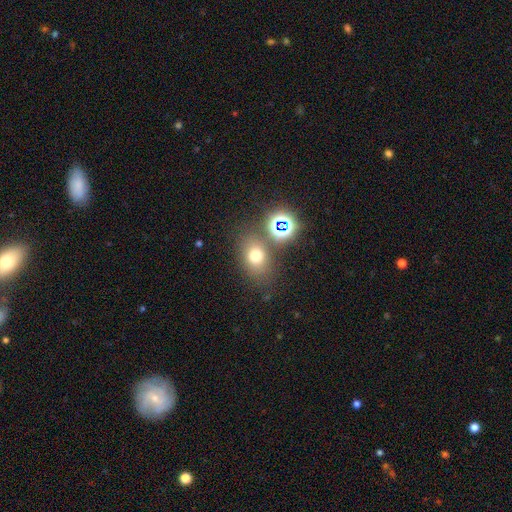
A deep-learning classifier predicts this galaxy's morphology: Smooth or featured: smooth — 68% (star or artifact — 21%)
How rounded: in between — 55% (round — 44%)
Merging: none — 69% (merger — 13%)